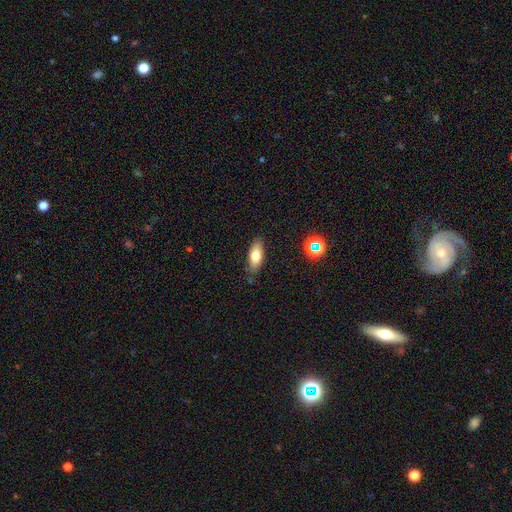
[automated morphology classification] This is likely a smooth galaxy (72%). How rounded: likely in between (74%). Merging: clearly none (83%).